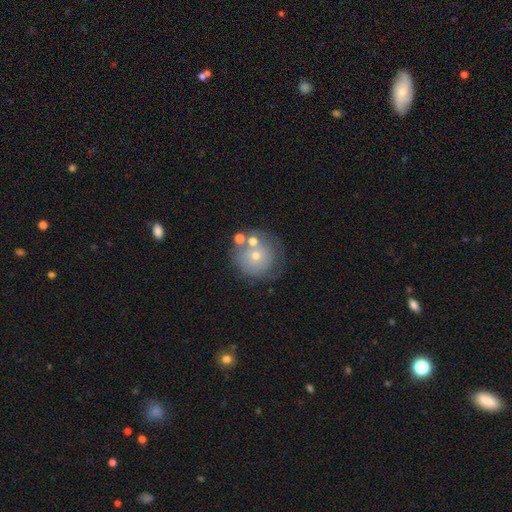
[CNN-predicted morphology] smooth 51%, featured or disk 37%, star or artifact 12%. Down the decision tree: how rounded — round (92%); merging — none (64%).